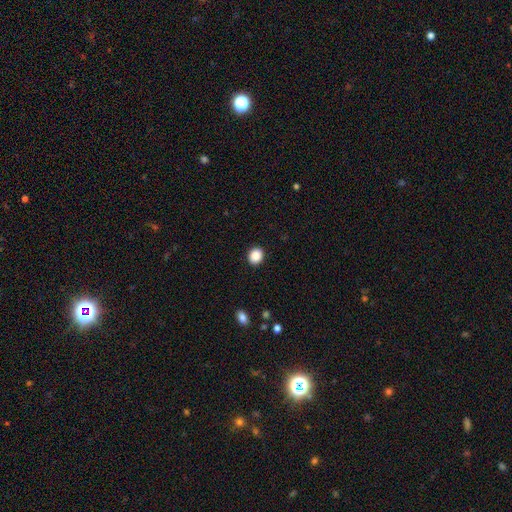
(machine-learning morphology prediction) This appears to be a smooth galaxy with no disk features (89%) that is round (70%). Merging: none (92%).